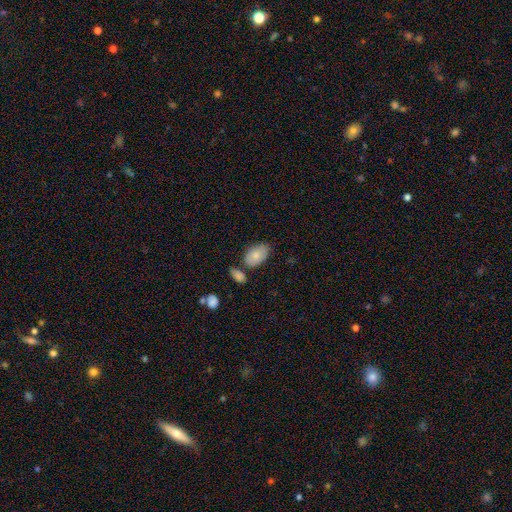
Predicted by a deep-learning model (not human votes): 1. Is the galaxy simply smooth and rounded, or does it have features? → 80% smooth, 14% featured or disk, 6% star or artifact.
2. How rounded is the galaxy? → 91% in between, 7% round, 1% cigar-shaped.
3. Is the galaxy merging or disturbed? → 64% none, 21% minor disturbance, 11% merger, 5% major disturbance.